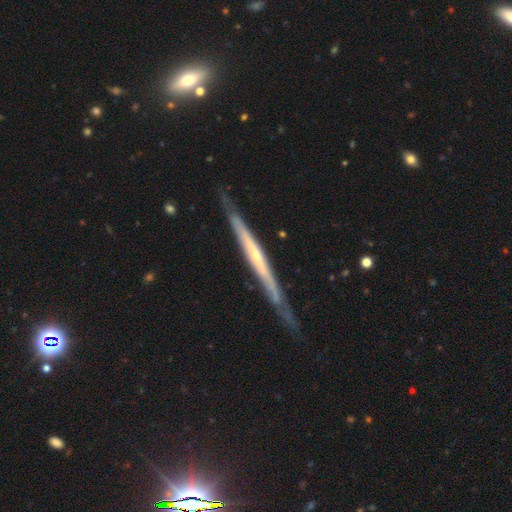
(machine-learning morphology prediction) Smooth or featured? Predicted: featured or disk (p=0.76). Edge-on disk? Predicted: yes (p=0.92). Edge-on bulge? Predicted: none (p=0.51). Merging? Predicted: none (p=0.75).